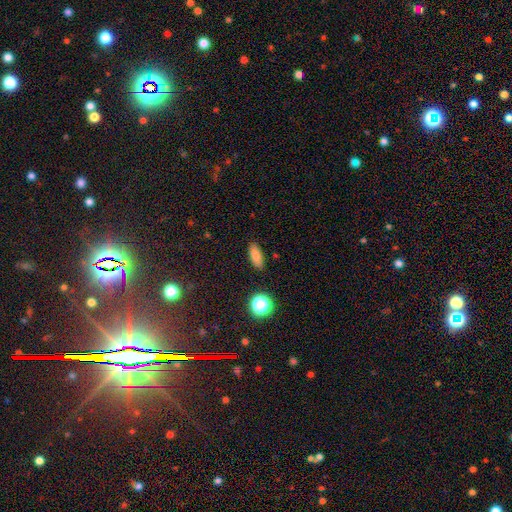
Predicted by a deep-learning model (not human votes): smooth-or-featured: smooth: 79% | star or artifact: 11% | featured or disk: 9%
  how-rounded: in between: 74% | cigar-shaped: 20% | round: 5%
  merging: none: 86% | minor disturbance: 10% | major disturbance: 2% | merger: 2%